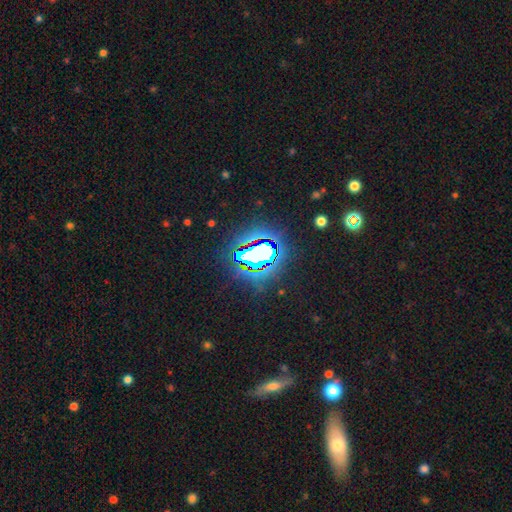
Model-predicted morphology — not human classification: This is likely a star or artifact rather than a galaxy (73%).